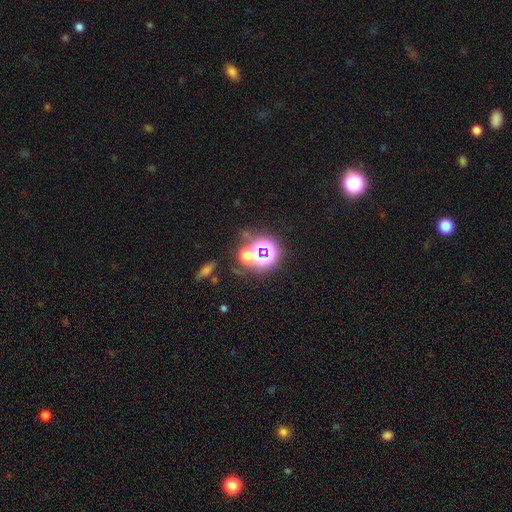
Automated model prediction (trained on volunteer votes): Morphology: type=star or artifact (60%).